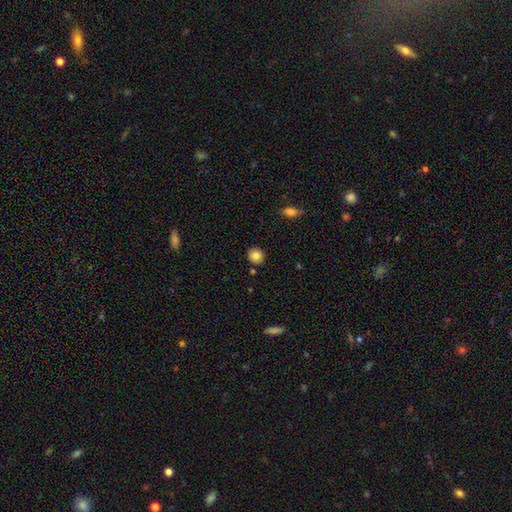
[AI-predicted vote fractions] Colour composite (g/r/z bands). It shows a smooth galaxy with no disk features (84%) that is round (86%). Merging: none (88%).